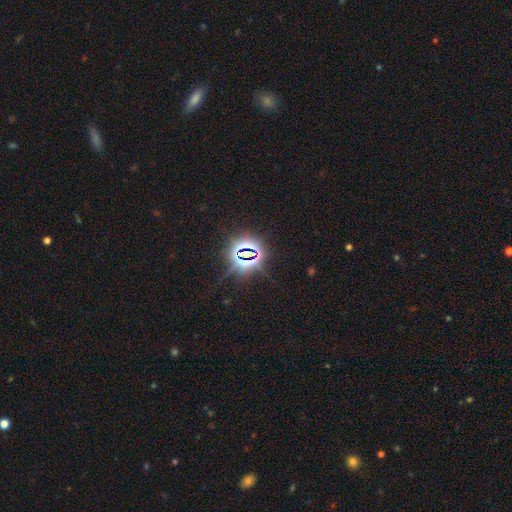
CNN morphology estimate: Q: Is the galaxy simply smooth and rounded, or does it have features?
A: star or artifact — 82%.